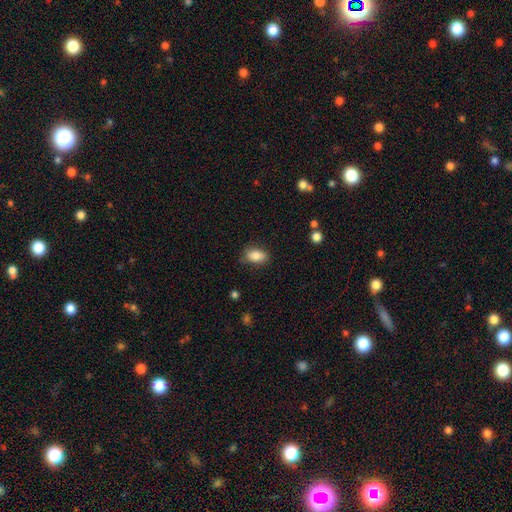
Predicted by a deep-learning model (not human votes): A smooth galaxy with no disk features (83%) that is in between round and cigar-shaped (87%). Merging: none (75%).